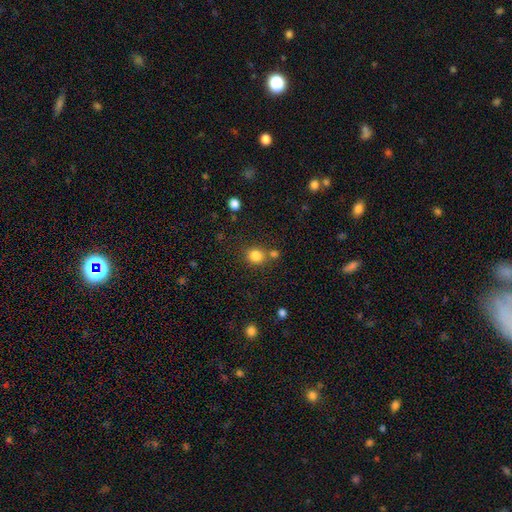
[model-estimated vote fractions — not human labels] Smooth or featured?
  - smooth: 82% *
  - star or artifact: 12%
  - featured or disk: 6%
How rounded?
  - round: 82% *
  - in between: 17%
  - cigar-shaped: 1%
Merging?
  - none: 70% *
  - merger: 17%
  - minor disturbance: 10%
  - major disturbance: 4%